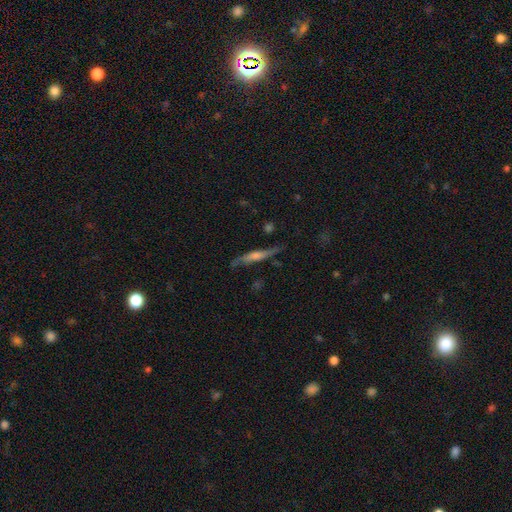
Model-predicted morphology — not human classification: Smooth or featured? featured or disk (66%)
Edge-on disk? yes (89%)
Edge-on bulge? rounded (61%)
Merging? none (76%)